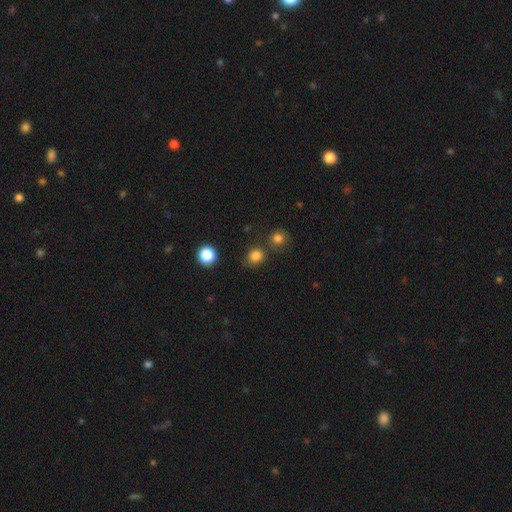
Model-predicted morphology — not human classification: A smooth galaxy with no disk features (81%) that is round (80%). Merging: none (74%).